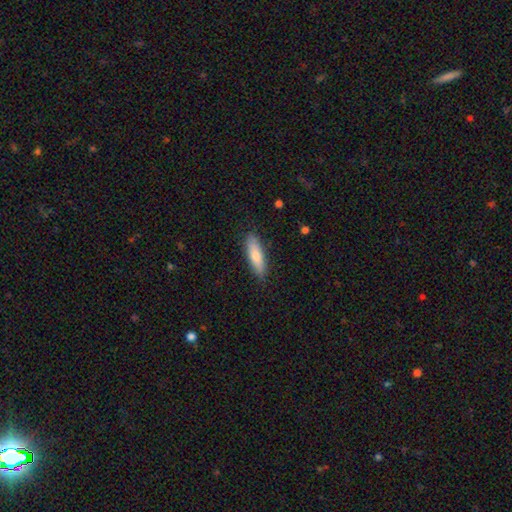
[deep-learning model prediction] smooth 74%, featured or disk 20%, star or artifact 6%. Down the decision tree: how rounded — cigar-shaped (63%); merging — none (87%).